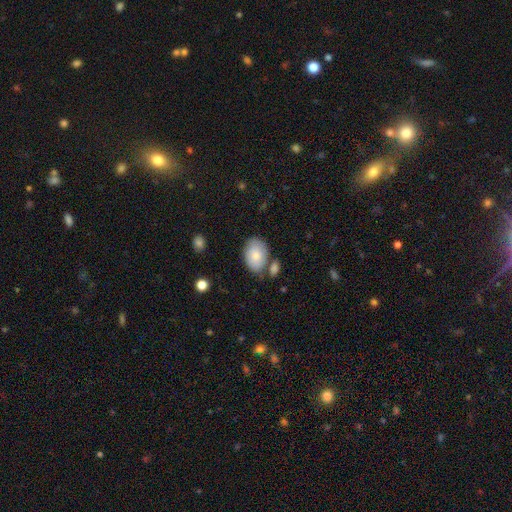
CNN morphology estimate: This is likely a smooth galaxy (78%). How rounded: clearly in between (86%). Merging: likely none (66%).